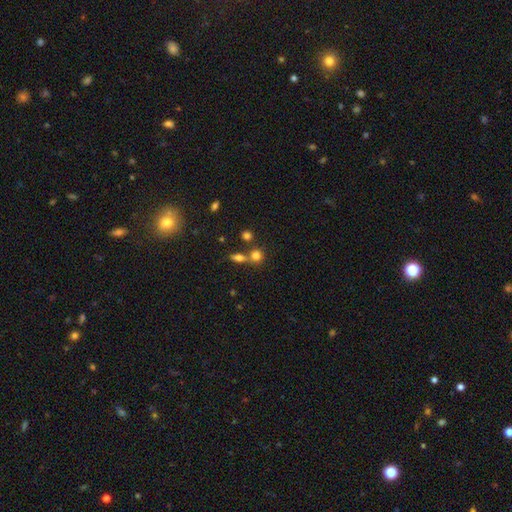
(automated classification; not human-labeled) Smooth or featured? Predicted: smooth (p=0.76). How rounded? Predicted: round (p=0.82). Merging? Predicted: none (p=0.52).